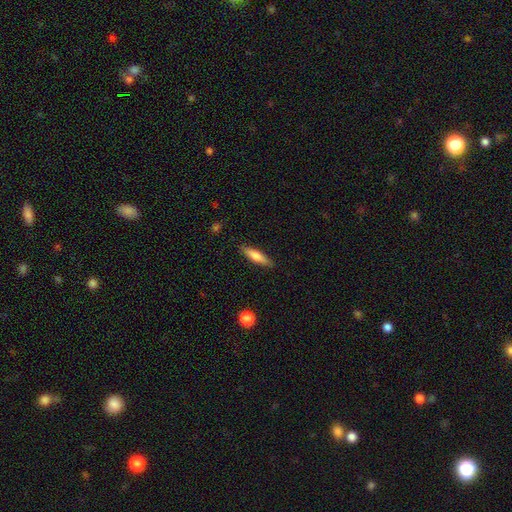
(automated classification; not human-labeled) A smooth galaxy with no disk features (66%) that is cigar-shaped (77%).

Vote fractions:
- Smooth or featured? smooth: 66% / featured or disk: 28% / star or artifact: 6%
- How rounded? cigar-shaped: 77% / in between: 21% / round: 2%
- Merging? none: 87% / minor disturbance: 9% / major disturbance: 2% / merger: 1%